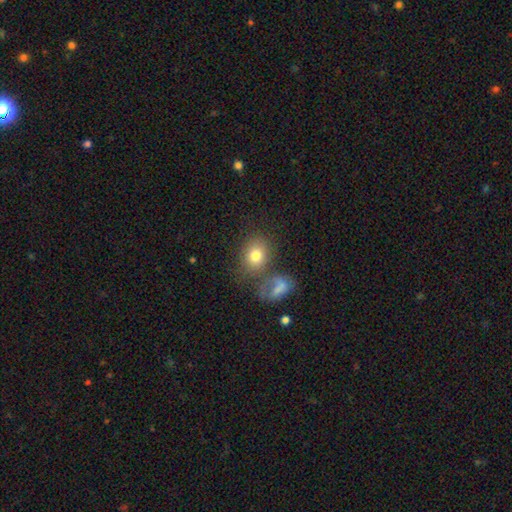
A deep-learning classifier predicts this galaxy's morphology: A smooth galaxy with no disk features (78%) that is round (53%).

Vote fractions:
- Smooth or featured? smooth: 78% / featured or disk: 12% / star or artifact: 11%
- How rounded? round: 53% / in between: 46% / cigar-shaped: 1%
- Merging? none: 57% / merger: 22% / minor disturbance: 13% / major disturbance: 8%